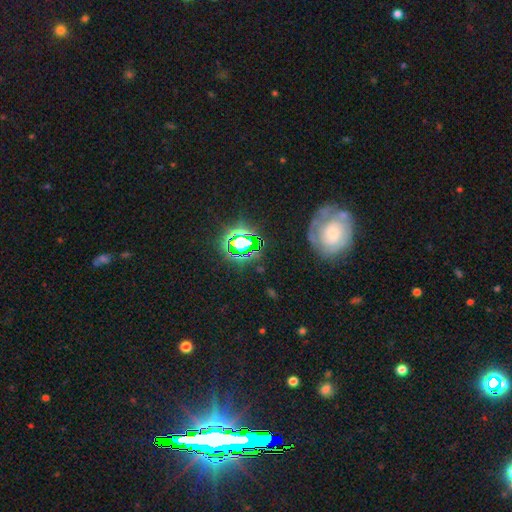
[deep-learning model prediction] Smooth or featured? star or artifact (44%)